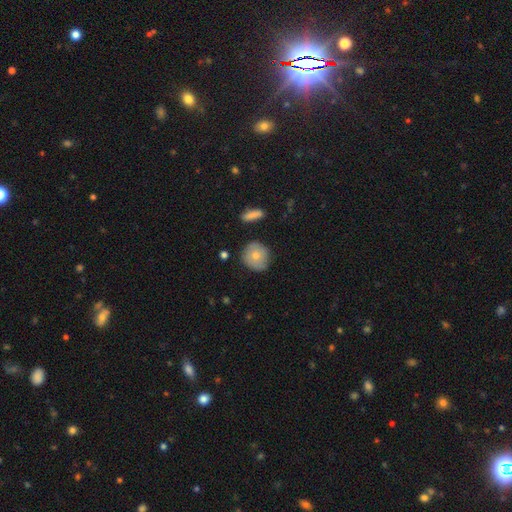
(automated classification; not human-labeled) A smooth galaxy with no disk features (69%) that is round (88%).

Vote fractions:
- Smooth or featured? smooth: 69% / featured or disk: 25% / star or artifact: 6%
- How rounded? round: 88% / in between: 10% / cigar-shaped: 1%
- Merging? none: 79% / minor disturbance: 16% / major disturbance: 3% / merger: 2%